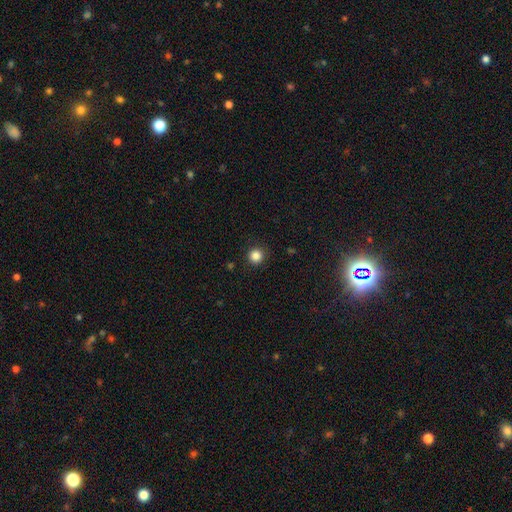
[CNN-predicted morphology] smooth-or-featured: smooth: 85% | star or artifact: 11% | featured or disk: 3%
  how-rounded: round: 94% | in between: 5% | cigar-shaped: 1%
  merging: none: 91% | minor disturbance: 6% | major disturbance: 2% | merger: 1%